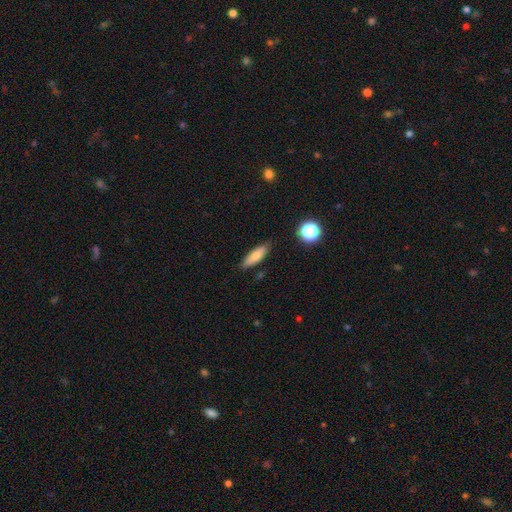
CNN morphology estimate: The model was most divided on "how rounded": cigar-shaped: 50%, in between: 47%, round: 3%. More confident: merging — none (82%); smooth or featured — smooth (76%).